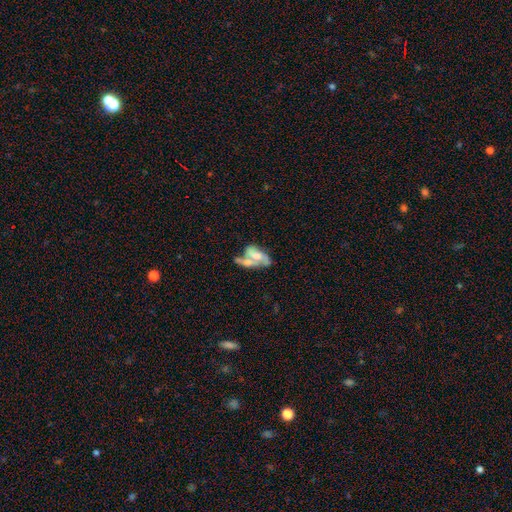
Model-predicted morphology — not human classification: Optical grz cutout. It shows a featured or disk galaxy (55%) with no bar (66%), spiral arms (51%) and a moderate central bulge (34%). Merging: merger (56%).